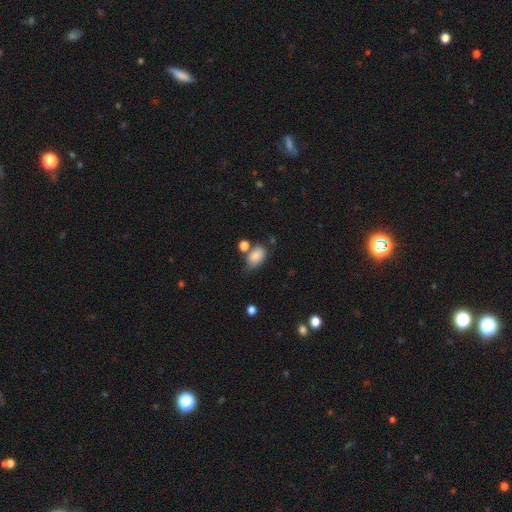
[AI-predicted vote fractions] This is clearly a smooth galaxy (82%). How rounded: clearly in between (87%). Merging: possibly none (51%).